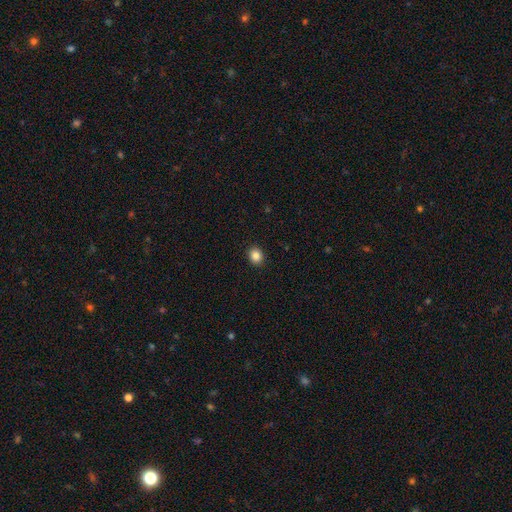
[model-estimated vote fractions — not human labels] A smooth galaxy with no disk features (86%) that is round (68%).

Vote fractions:
- Smooth or featured? smooth: 86% / star or artifact: 10% / featured or disk: 4%
- How rounded? round: 68% / in between: 31% / cigar-shaped: 1%
- Merging? none: 92% / minor disturbance: 5% / major disturbance: 2% / merger: 1%